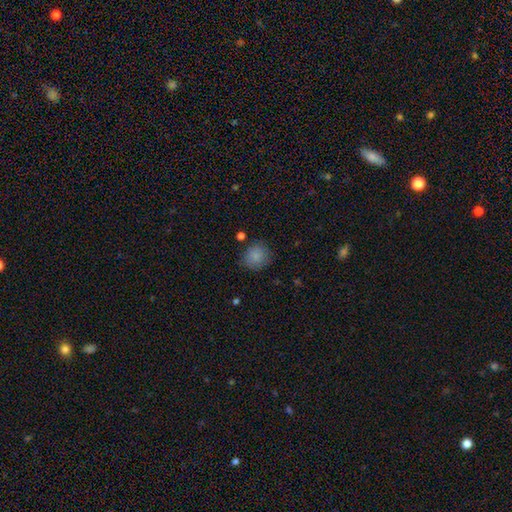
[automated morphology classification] This is clearly a smooth galaxy (86%). How rounded: clearly round (85%). Merging: clearly none (80%).